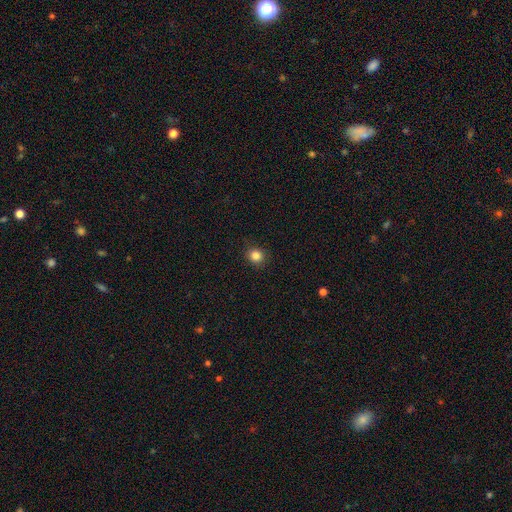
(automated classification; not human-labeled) The model was most divided on "smooth or featured": smooth: 84%, star or artifact: 12%, featured or disk: 4%. More confident: merging — none (90%); how rounded — round (86%).